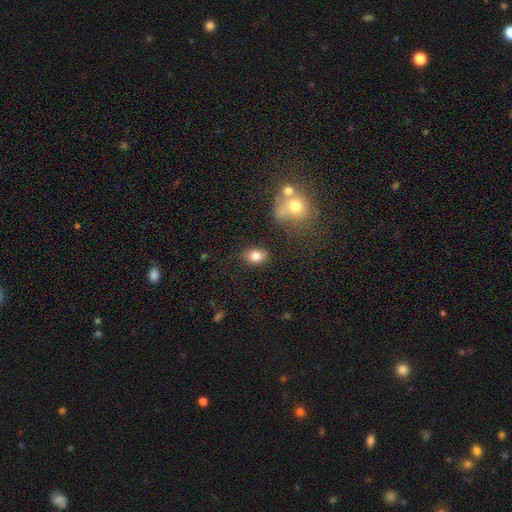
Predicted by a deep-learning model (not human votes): Morphology: type=smooth (81%); roundness=in between (66%); merging=none (83%).